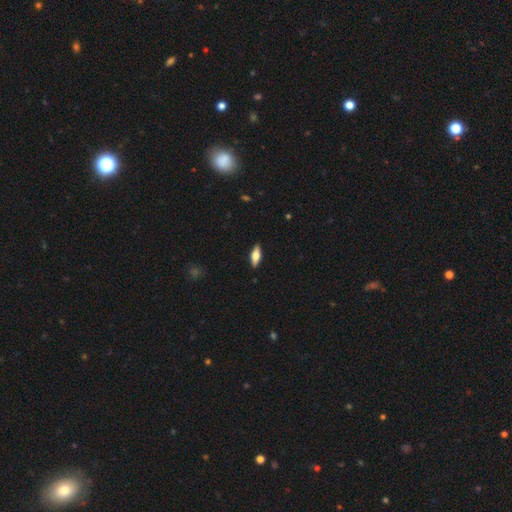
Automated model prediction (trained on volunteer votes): Q: Smooth or featured?
A: smooth (57%); runner-up: featured or disk (36%)
Q: How rounded?
A: in between (64%); runner-up: cigar-shaped (34%)
Q: Merging?
A: none (89%); runner-up: minor disturbance (8%)